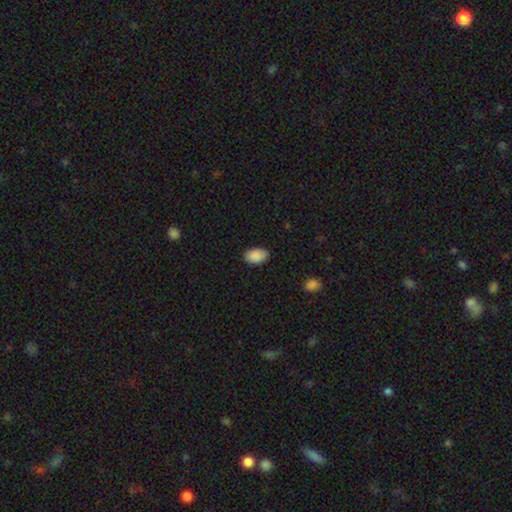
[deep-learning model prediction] smooth 90%, star or artifact 7%, featured or disk 3%. Down the decision tree: how rounded — in between (92%); merging — none (86%).